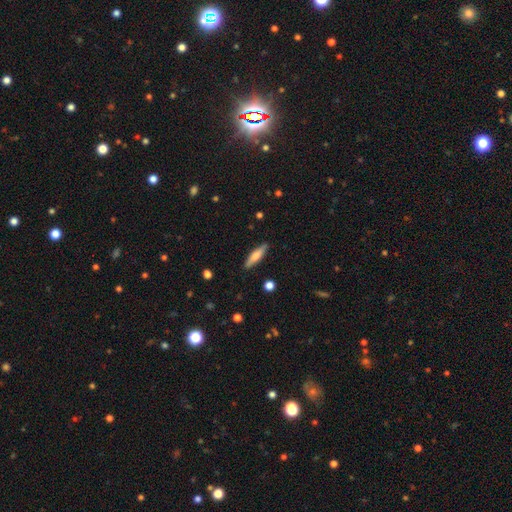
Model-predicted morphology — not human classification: Overall: smooth (63%; featured or disk 31%). How rounded: cigar-shaped (76%). Merging: none (88%).